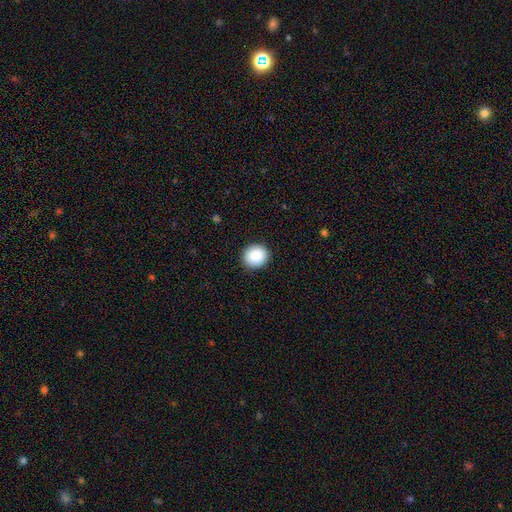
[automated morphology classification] smooth-or-featured: smooth: 89% | star or artifact: 7% | featured or disk: 3%
  how-rounded: round: 82% | in between: 17% | cigar-shaped: 1%
  merging: none: 91% | minor disturbance: 6% | major disturbance: 2% | merger: 1%